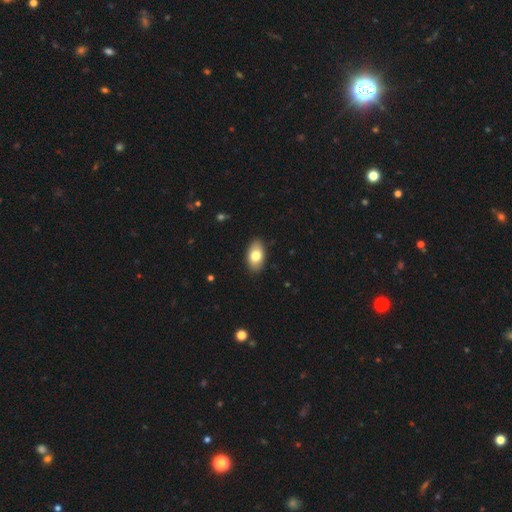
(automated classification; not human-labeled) The model was most divided on "smooth or featured": smooth: 78%, featured or disk: 15%, star or artifact: 7%. More confident: how rounded — in between (93%); merging — none (88%).